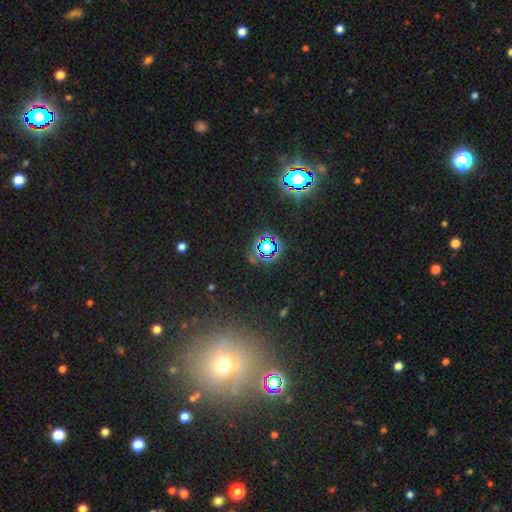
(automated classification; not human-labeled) star or artifact 69%, smooth 20%, featured or disk 11%.